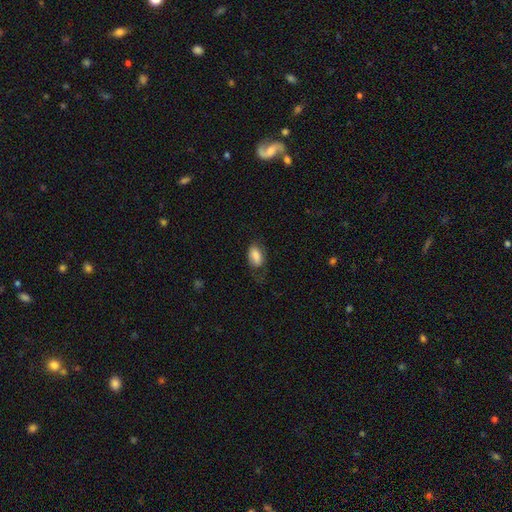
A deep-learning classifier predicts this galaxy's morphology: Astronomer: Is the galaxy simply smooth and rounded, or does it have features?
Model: smooth — 84%.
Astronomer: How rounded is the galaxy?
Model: in between — 92%.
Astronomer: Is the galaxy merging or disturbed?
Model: none — 59%.